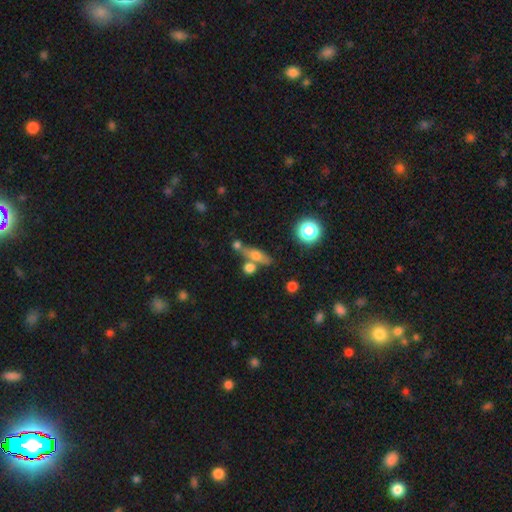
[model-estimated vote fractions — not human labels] A smooth galaxy with no disk features (53%) that is cigar-shaped (50%).

Vote fractions:
- Smooth or featured? smooth: 53% / featured or disk: 34% / star or artifact: 12%
- How rounded? cigar-shaped: 50% / in between: 38% / round: 12%
- Merging? none: 58% / merger: 23% / minor disturbance: 13% / major disturbance: 6%